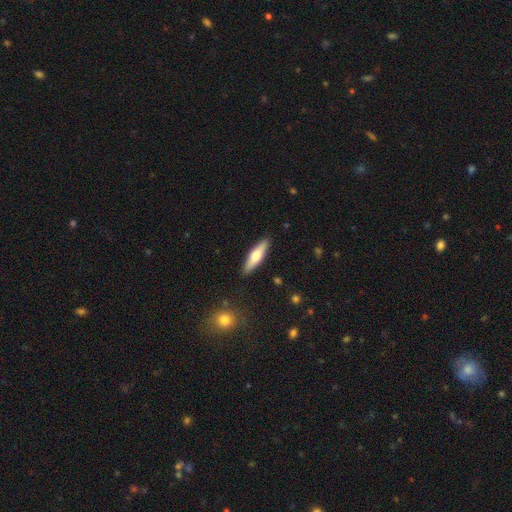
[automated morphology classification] type=smooth (52%); roundness=cigar-shaped (69%); merging=none (89%).